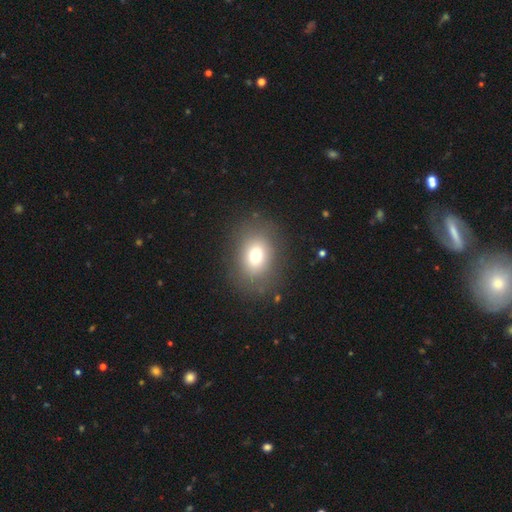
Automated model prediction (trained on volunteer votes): Smooth or featured? smooth (73%)
How rounded? in between (60%)
Merging? none (83%)